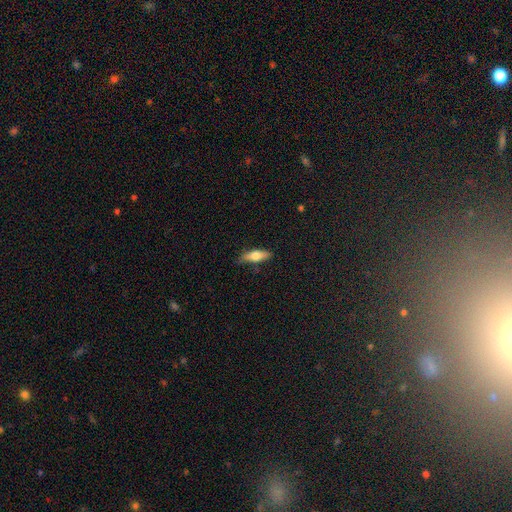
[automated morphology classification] A smooth galaxy with no disk features (65%) that is cigar-shaped (51%).

Vote fractions:
- Smooth or featured? smooth: 65% / featured or disk: 29% / star or artifact: 6%
- How rounded? cigar-shaped: 51% / in between: 47% / round: 2%
- Merging? none: 78% / minor disturbance: 17% / major disturbance: 3% / merger: 2%